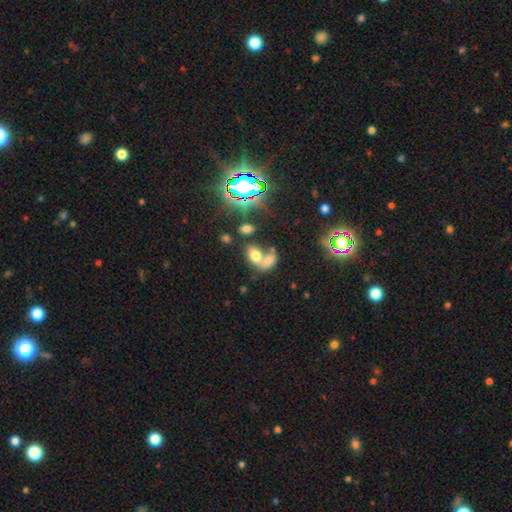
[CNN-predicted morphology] smooth 63%, star or artifact 19%, featured or disk 18%. Down the decision tree: how rounded — in between (80%); merging — merger (64%).